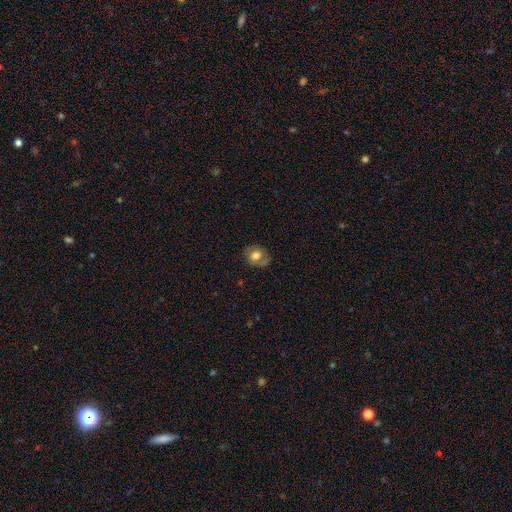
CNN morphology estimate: type=smooth (63%); roundness=round (58%); merging=none (70%).